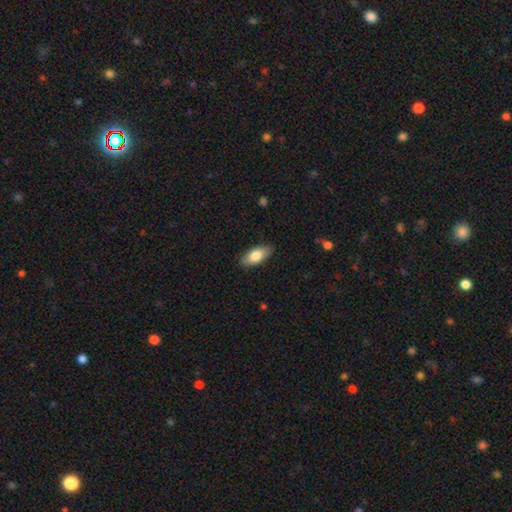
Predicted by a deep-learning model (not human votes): Overall: smooth (78%). How rounded: in between (85%). Merging: none (88%).